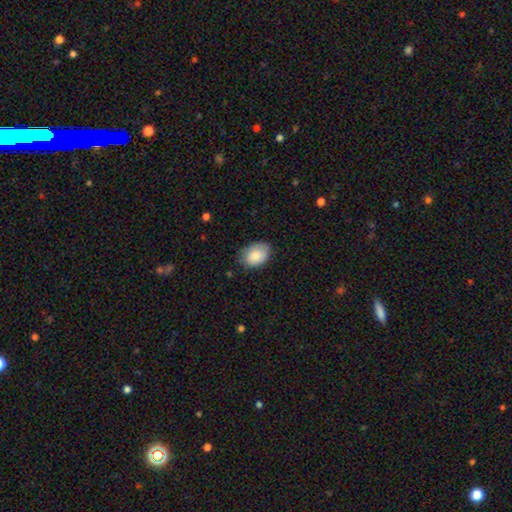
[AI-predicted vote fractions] Smooth or featured?
  - smooth: 85% *
  - featured or disk: 8%
  - star or artifact: 7%
How rounded?
  - in between: 77% *
  - round: 22%
  - cigar-shaped: 1%
Merging?
  - none: 73% *
  - minor disturbance: 22%
  - major disturbance: 4%
  - merger: 1%